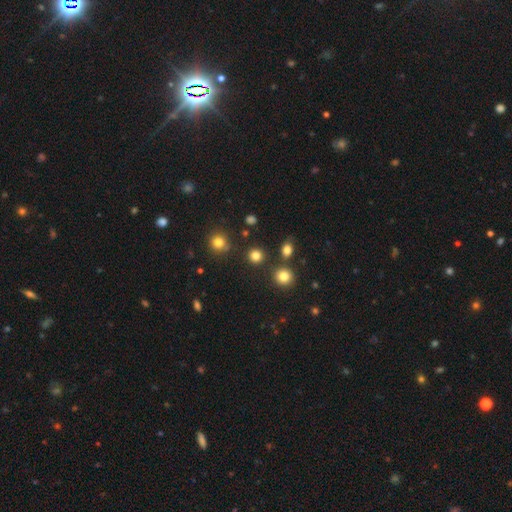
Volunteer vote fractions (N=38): Volunteers were most divided on "smooth or featured": smooth: 84%, star or artifact: 11%, featured or disk: 5%. More confident: how rounded — round (100%); merging — none (91%).